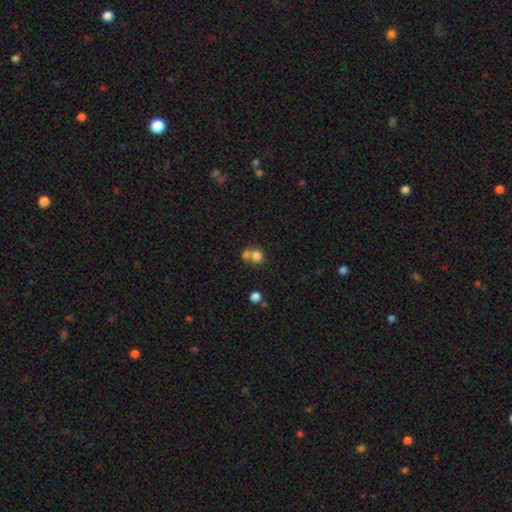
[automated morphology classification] Smooth or featured? smooth (76%)
How rounded? round (79%)
Merging? merger (52%)